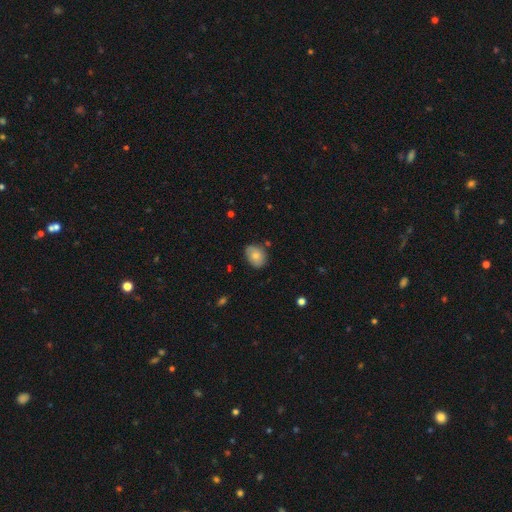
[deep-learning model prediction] Smooth or featured? smooth (73%)
How rounded? in between (61%)
Merging? none (77%)